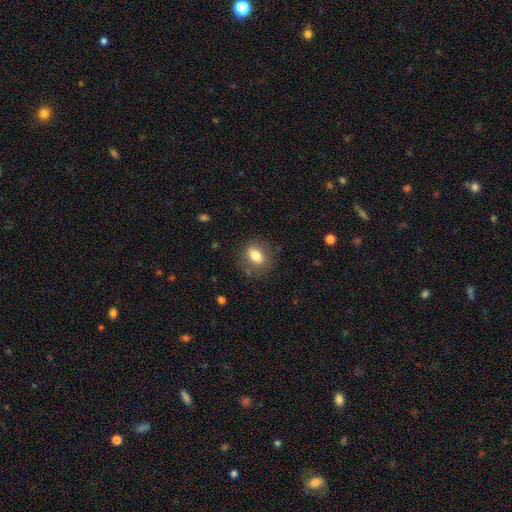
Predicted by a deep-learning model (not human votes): smooth 77%, featured or disk 15%, star or artifact 8%. Down the decision tree: how rounded — in between (65%); merging — none (80%).